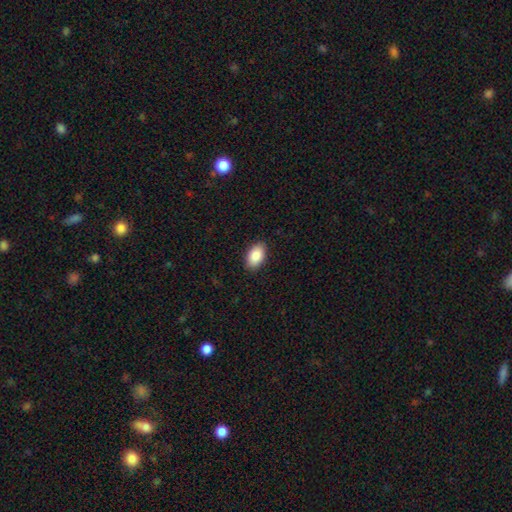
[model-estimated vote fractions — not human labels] Smooth or featured?
  - smooth: 89% *
  - star or artifact: 7%
  - featured or disk: 5%
How rounded?
  - in between: 93% *
  - round: 6%
  - cigar-shaped: 1%
Merging?
  - none: 89% *
  - minor disturbance: 8%
  - major disturbance: 2%
  - merger: 1%